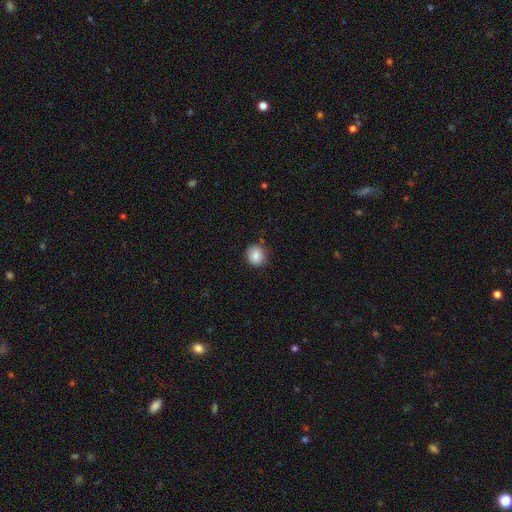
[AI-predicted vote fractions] A smooth galaxy with no disk features (86%) that is round (82%).

Vote fractions:
- Smooth or featured? smooth: 86% / star or artifact: 9% / featured or disk: 6%
- How rounded? round: 82% / in between: 17% / cigar-shaped: 1%
- Merging? none: 81% / minor disturbance: 14% / major disturbance: 3% / merger: 2%